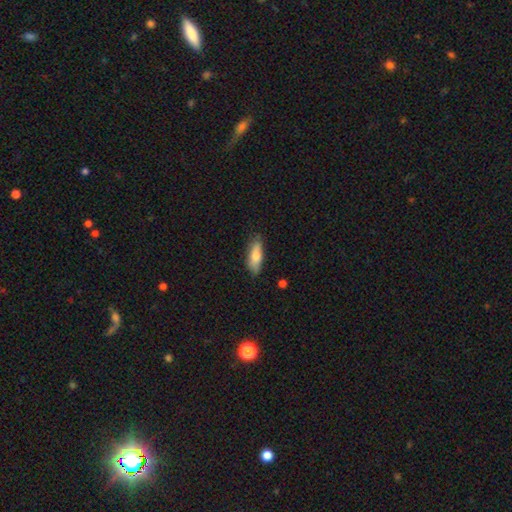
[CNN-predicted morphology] Smooth or featured? Predicted: smooth (p=0.77). How rounded? Predicted: in between (p=0.64). Merging? Predicted: none (p=0.72).